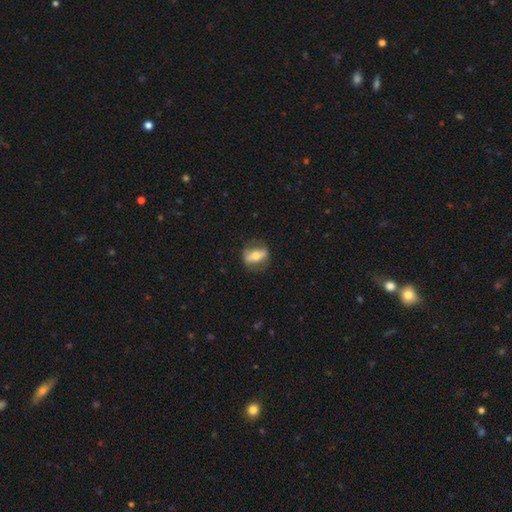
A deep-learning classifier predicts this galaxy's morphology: Smooth or featured? featured or disk (55%)
Edge-on disk? no (58%)
Merging? none (78%)